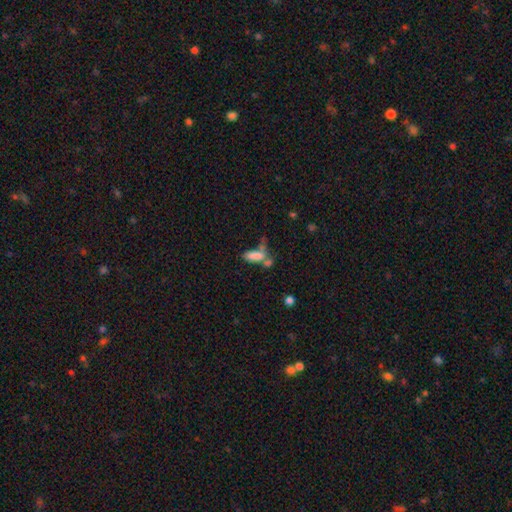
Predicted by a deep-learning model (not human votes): Smooth or featured?
  - smooth: 76% *
  - featured or disk: 13%
  - star or artifact: 11%
How rounded?
  - in between: 67% *
  - cigar-shaped: 30%
  - round: 3%
Merging?
  - merger: 43% *
  - none: 31%
  - minor disturbance: 15%
  - major disturbance: 12%